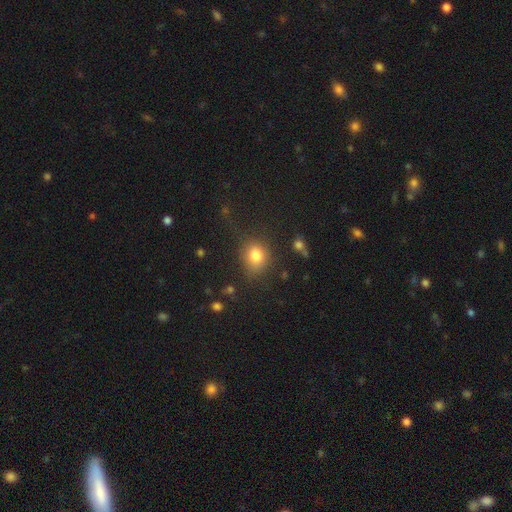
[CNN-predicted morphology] The model was most divided on "how rounded": round: 66%, in between: 33%, cigar-shaped: 1%. More confident: smooth or featured — smooth (81%); merging — none (73%).